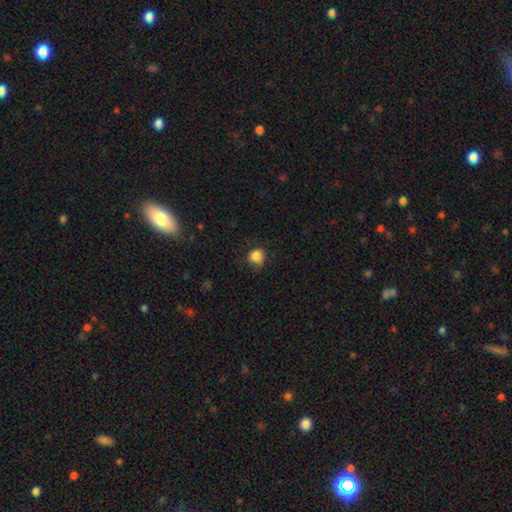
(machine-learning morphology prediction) smooth 83%, star or artifact 10%, featured or disk 7%. Down the decision tree: how rounded — round (78%); merging — none (61%).